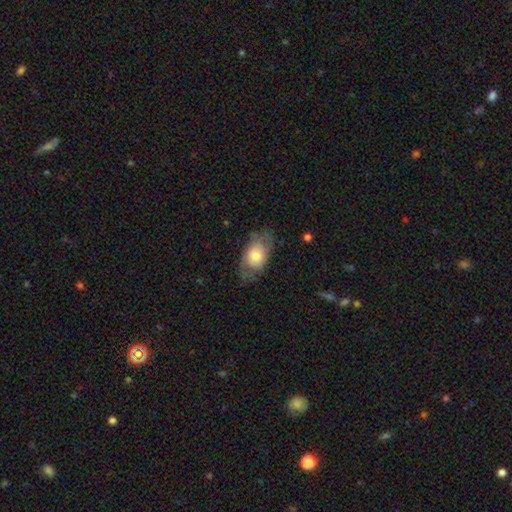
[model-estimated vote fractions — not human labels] smooth 61%, featured or disk 32%, star or artifact 7%. Down the decision tree: how rounded — in between (85%); merging — none (60%).